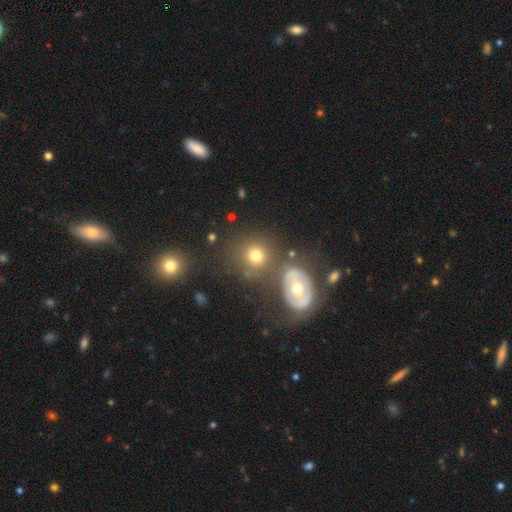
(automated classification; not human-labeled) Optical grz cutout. It shows a smooth galaxy with no disk features (67%) that is round (80%). Merging: none (59%).